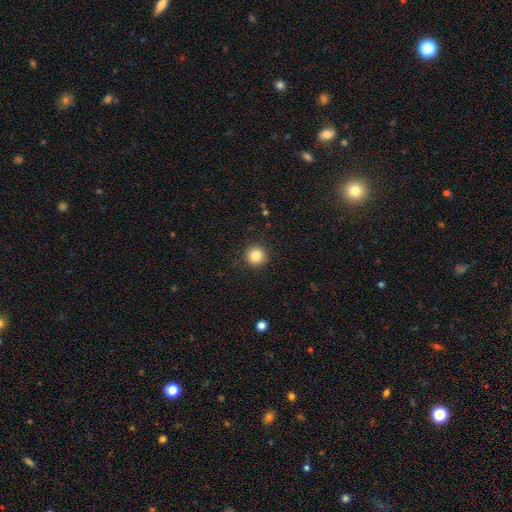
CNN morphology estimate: type=smooth (84%); roundness=round (95%); merging=none (91%).